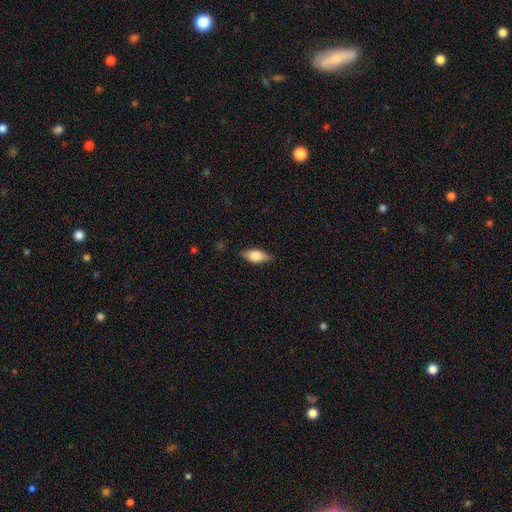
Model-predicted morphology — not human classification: This appears to be a smooth galaxy with no disk features (72%) that is in between round and cigar-shaped (83%). Merging: none (83%).